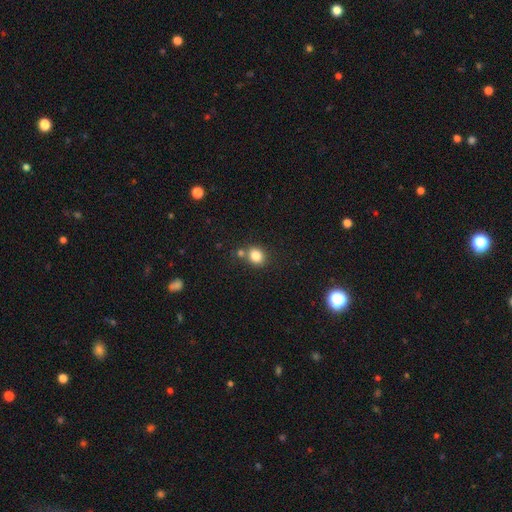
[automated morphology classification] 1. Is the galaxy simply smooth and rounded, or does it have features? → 83% smooth, 11% star or artifact, 6% featured or disk.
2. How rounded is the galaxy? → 65% round, 34% in between, 1% cigar-shaped.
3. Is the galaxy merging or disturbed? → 66% none, 20% merger, 11% minor disturbance, 3% major disturbance.